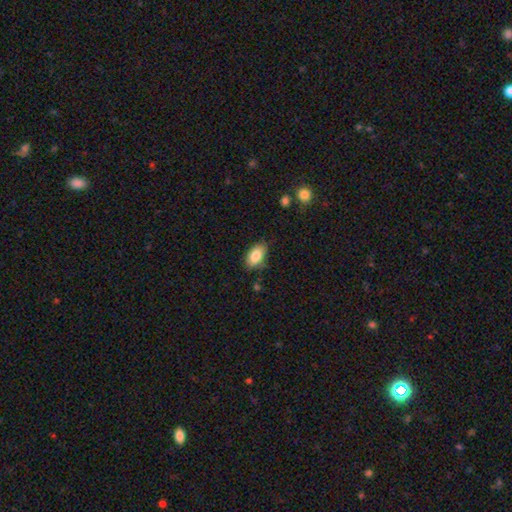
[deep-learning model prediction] Overall: smooth (85%). How rounded: in between (92%). Merging: none (78%).